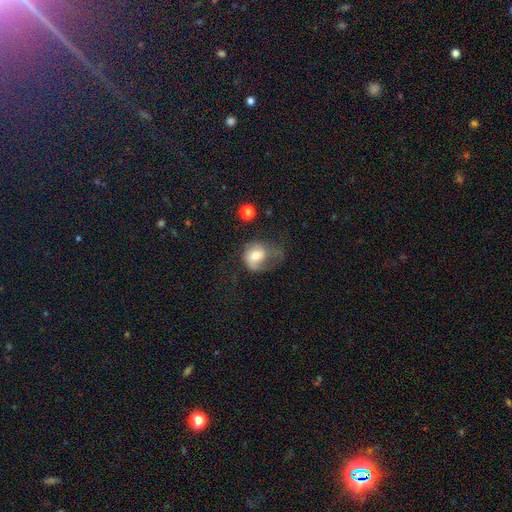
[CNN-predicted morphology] smooth-or-featured: smooth: 55% | featured or disk: 36% | star or artifact: 8%
  how-rounded: round: 56% | in between: 43% | cigar-shaped: 1%
  merging: major disturbance: 46% | none: 26% | minor disturbance: 25% | merger: 3%